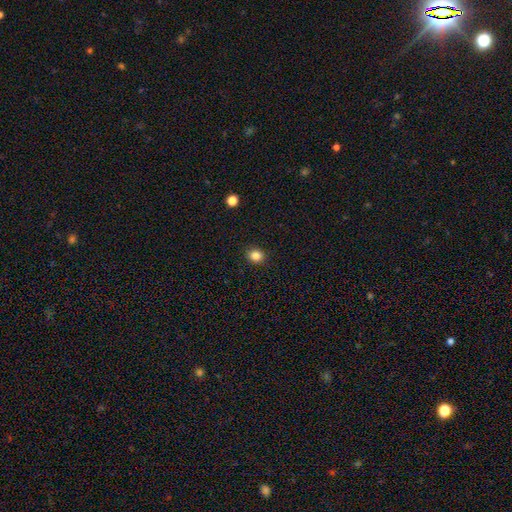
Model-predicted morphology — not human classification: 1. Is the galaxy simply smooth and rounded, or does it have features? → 84% smooth, 12% star or artifact, 4% featured or disk.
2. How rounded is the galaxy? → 73% round, 26% in between, 1% cigar-shaped.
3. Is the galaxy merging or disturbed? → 91% none, 6% minor disturbance, 2% major disturbance, 1% merger.